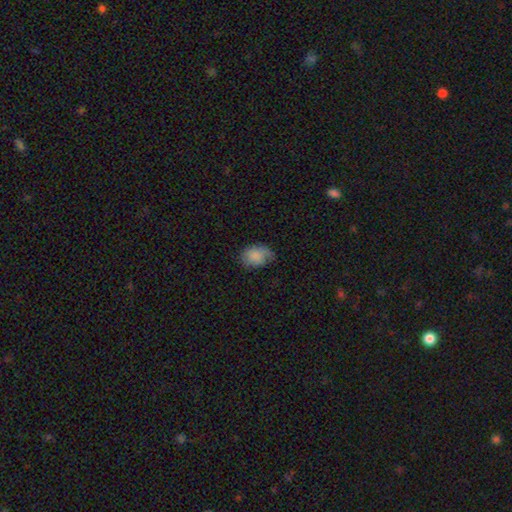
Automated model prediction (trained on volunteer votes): smooth-or-featured: smooth: 80% | featured or disk: 12% | star or artifact: 8%
  how-rounded: in between: 71% | round: 28% | cigar-shaped: 1%
  merging: none: 52% | minor disturbance: 34% | major disturbance: 13% | merger: 1%